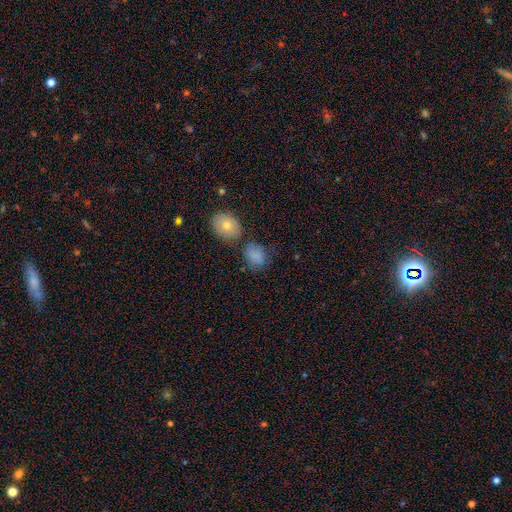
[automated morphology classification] smooth_or_featured: smooth (p=0.78) [alt: star or artifact p=0.11]
how_rounded: in between (p=0.58) [alt: round p=0.41]
merging: none (p=0.55) [alt: minor disturbance p=0.22]